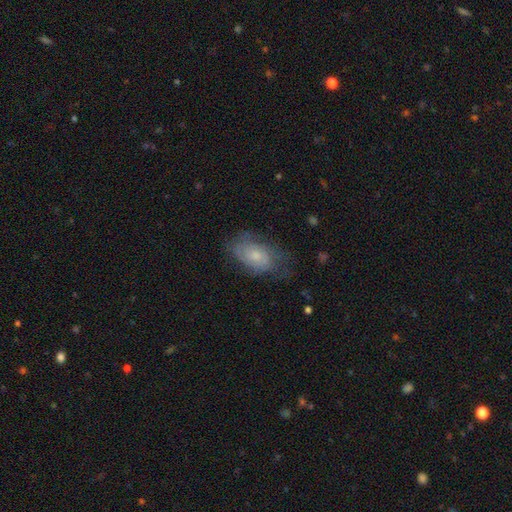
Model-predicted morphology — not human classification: smooth-or-featured: featured or disk: 48% | smooth: 44% | star or artifact: 8%
  merging: none: 56% | minor disturbance: 27% | major disturbance: 16% | merger: 1%